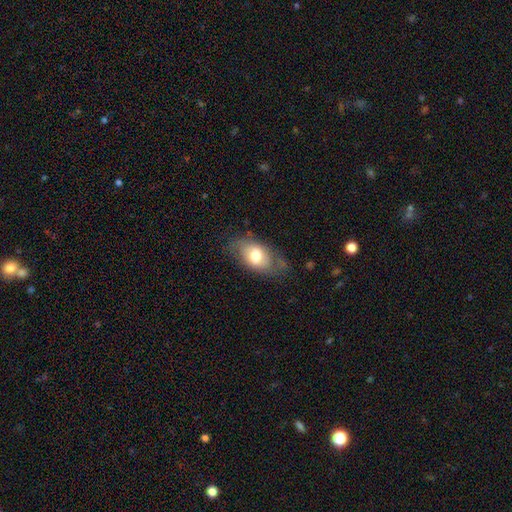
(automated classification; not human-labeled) This is likely a smooth galaxy (66%). How rounded: clearly in between (90%). Merging: likely none (66%).